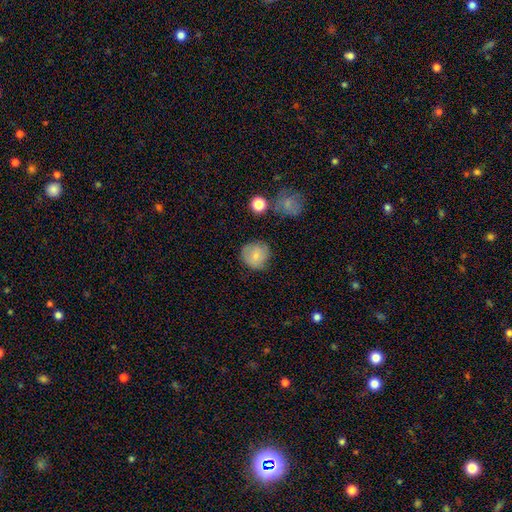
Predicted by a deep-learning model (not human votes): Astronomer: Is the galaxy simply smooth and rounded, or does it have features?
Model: smooth — 76%.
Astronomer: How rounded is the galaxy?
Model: round — 90%.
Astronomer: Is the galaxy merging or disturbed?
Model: none — 72%.